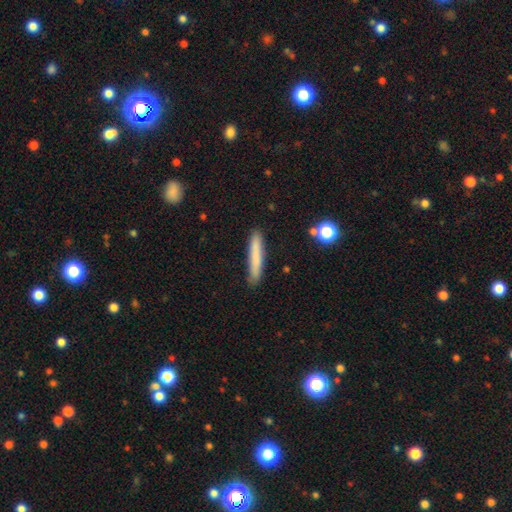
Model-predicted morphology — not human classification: Smooth or featured?
  - smooth: 77% *
  - featured or disk: 15%
  - star or artifact: 7%
How rounded?
  - cigar-shaped: 93% *
  - in between: 5%
  - round: 1%
Merging?
  - none: 87% *
  - minor disturbance: 10%
  - major disturbance: 2%
  - merger: 2%